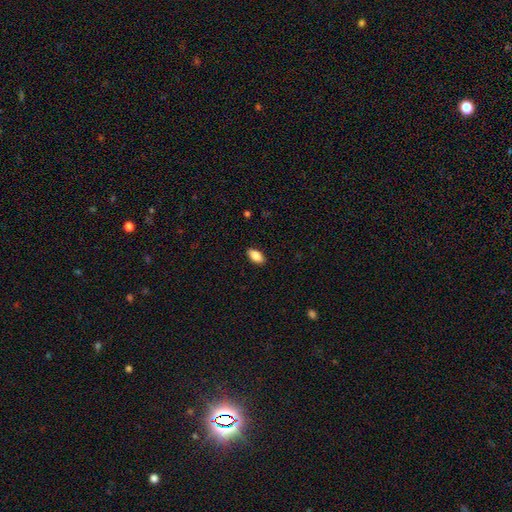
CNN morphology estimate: type=smooth (86%); roundness=in between (91%); merging=none (89%).